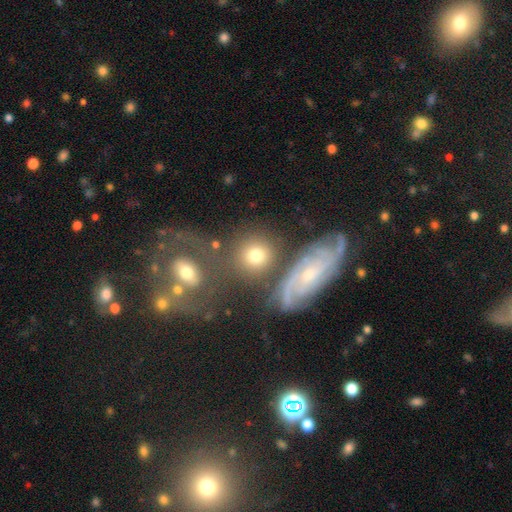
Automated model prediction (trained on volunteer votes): Smooth or featured?
  - smooth: 66% *
  - featured or disk: 24%
  - star or artifact: 10%
How rounded?
  - round: 79% *
  - in between: 19%
  - cigar-shaped: 2%
Merging?
  - none: 63% *
  - merger: 17%
  - minor disturbance: 13%
  - major disturbance: 7%